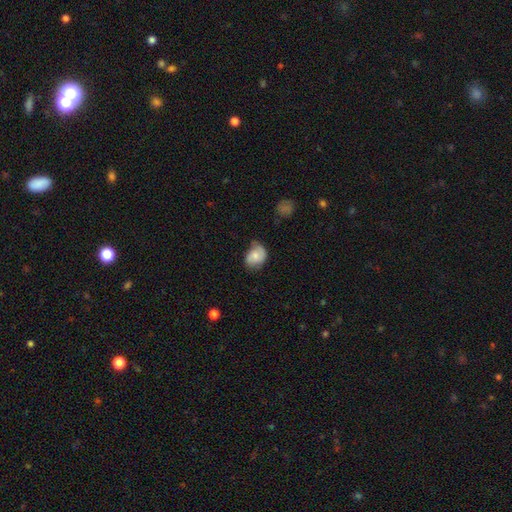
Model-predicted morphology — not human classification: Overall: smooth (67%). How rounded: in between (57%; round 42%). Merging: none (52%; minor disturbance 36%).